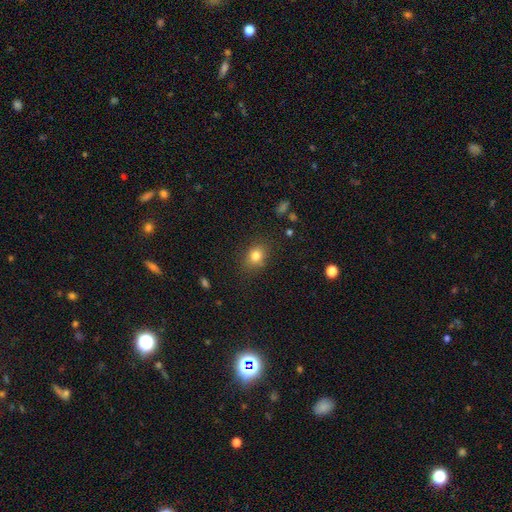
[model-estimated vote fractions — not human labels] This is clearly a smooth galaxy (81%). How rounded: possibly in between (51%). Merging: clearly none (81%).